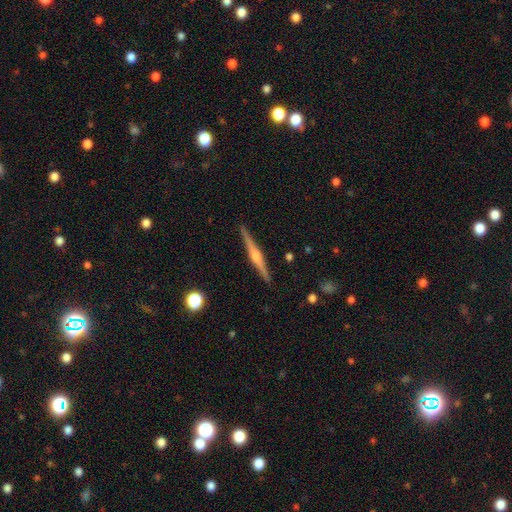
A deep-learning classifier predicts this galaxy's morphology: type=featured or disk (80%); edge-on=yes (99%); edge-on bulge=rounded (84%); merging=none (92%).